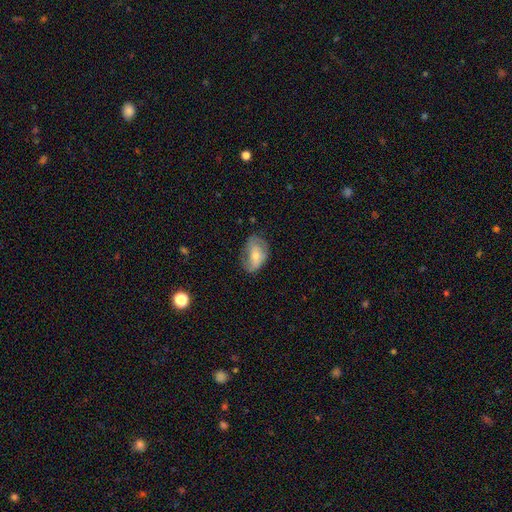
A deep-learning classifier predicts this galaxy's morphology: type=smooth (54%); roundness=in between (84%); merging=none (57%).